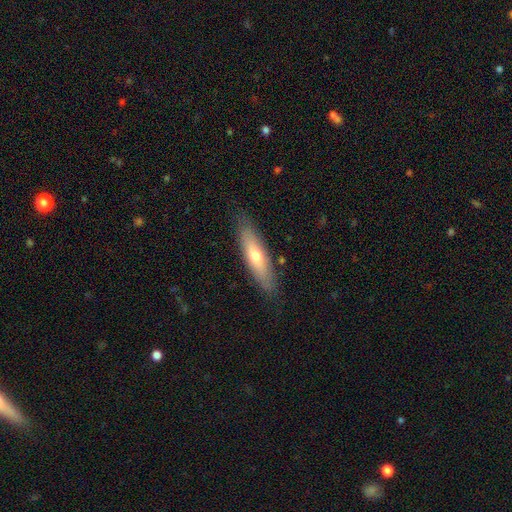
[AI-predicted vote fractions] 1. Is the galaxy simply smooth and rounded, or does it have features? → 56% smooth, 38% featured or disk, 6% star or artifact.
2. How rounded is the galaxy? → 66% cigar-shaped, 32% in between, 2% round.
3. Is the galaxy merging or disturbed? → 84% none, 12% minor disturbance, 3% major disturbance, 1% merger.